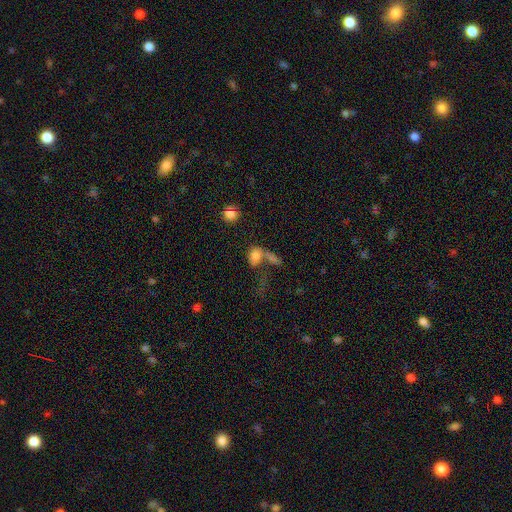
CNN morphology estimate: smooth-or-featured: smooth: 73% | featured or disk: 14% | star or artifact: 13%
  how-rounded: in between: 63% | round: 33% | cigar-shaped: 4%
  merging: merger: 48% | none: 27% | major disturbance: 15% | minor disturbance: 10%